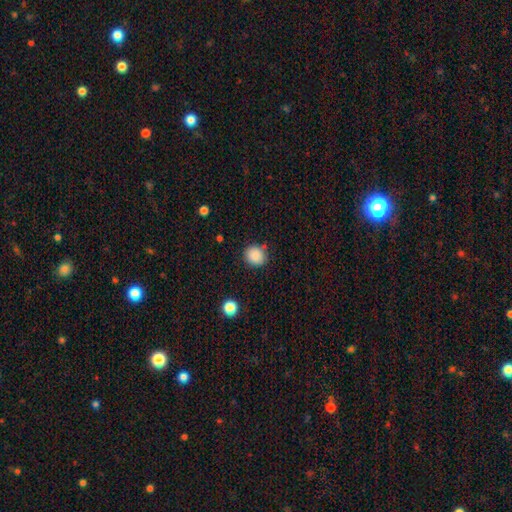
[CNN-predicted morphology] type=smooth (87%); roundness=round (77%); merging=none (84%).